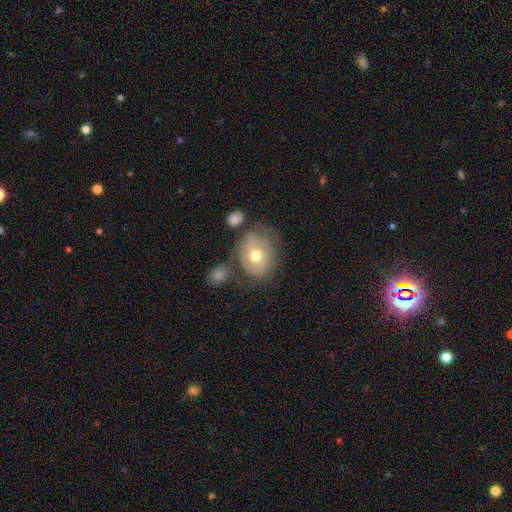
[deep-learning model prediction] smooth-or-featured: featured or disk: 51% | smooth: 41% | star or artifact: 7%
  disk-edge-on: no: 96% | yes: 4%
  merging: none: 48% | minor disturbance: 26% | major disturbance: 17% | merger: 9%